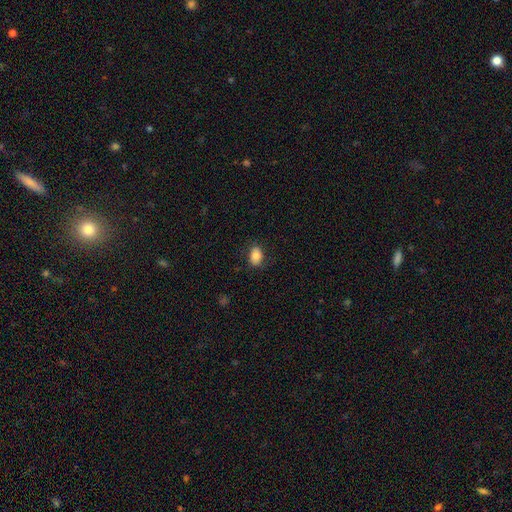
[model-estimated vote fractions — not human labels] This appears to be a smooth galaxy with no disk features (83%) that is in between round and cigar-shaped (77%). Merging: none (79%).